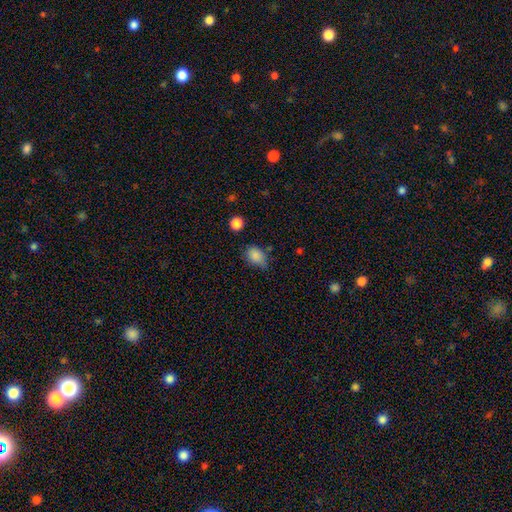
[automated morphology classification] type=smooth (85%); roundness=in between (71%); merging=none (55%).